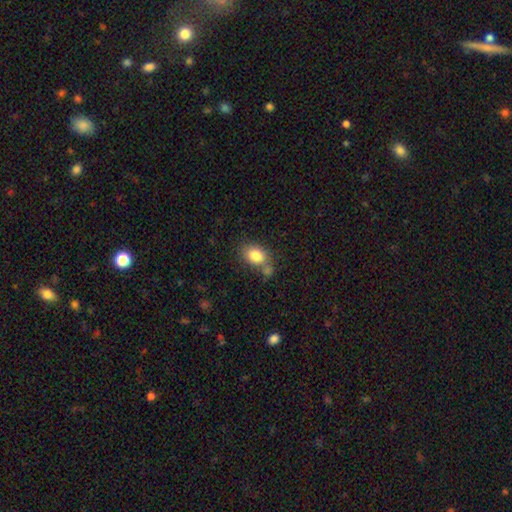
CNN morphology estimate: This is clearly a smooth galaxy (82%). How rounded: likely in between (73%). Merging: possibly none (59%).